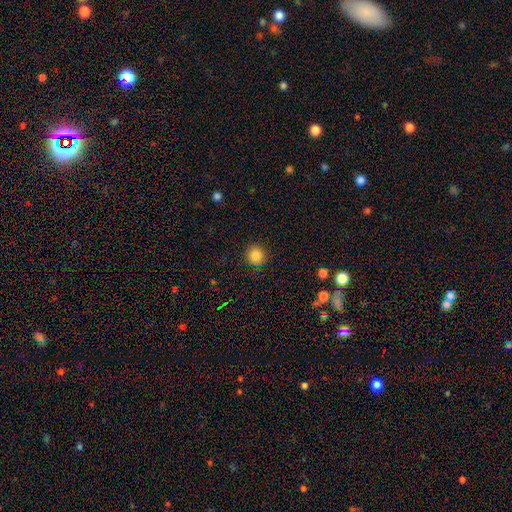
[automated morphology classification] Q: Smooth or featured?
A: smooth (85%); runner-up: star or artifact (11%)
Q: How rounded?
A: round (92%); runner-up: in between (8%)
Q: Merging?
A: none (90%); runner-up: minor disturbance (6%)